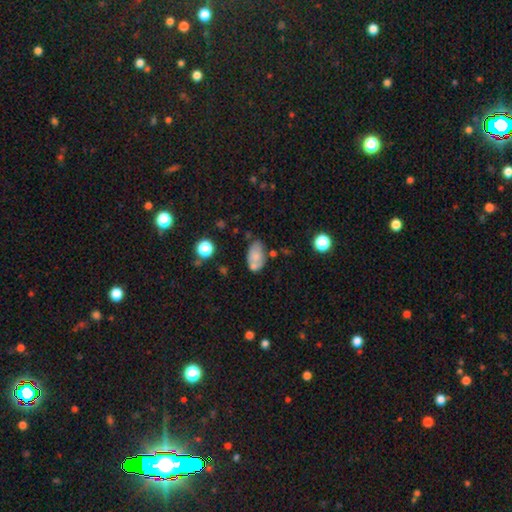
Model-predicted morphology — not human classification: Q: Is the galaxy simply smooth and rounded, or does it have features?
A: smooth — 70%.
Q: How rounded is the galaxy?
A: in between — 91%.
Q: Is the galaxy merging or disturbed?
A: none — 51%.